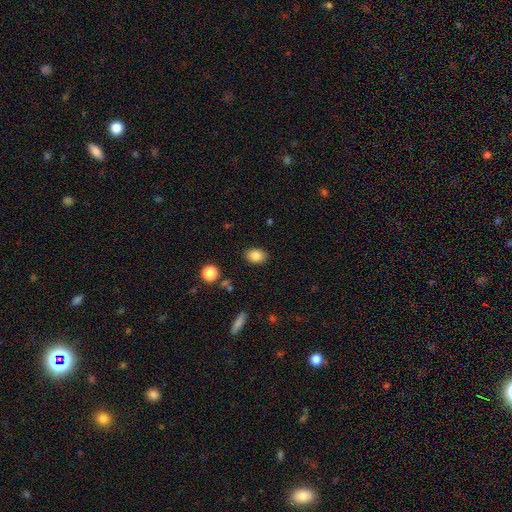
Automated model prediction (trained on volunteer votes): This is clearly a smooth galaxy (85%). How rounded: likely in between (72%). Merging: clearly none (88%).